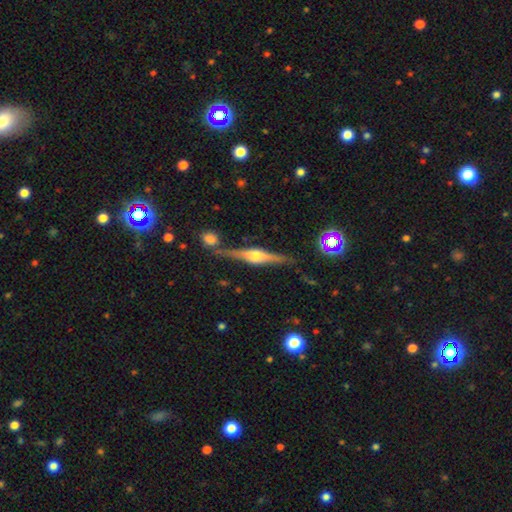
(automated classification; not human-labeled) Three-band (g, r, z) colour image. It shows a featured or disk galaxy (79%) viewed edge-on (97%) with a rounded central bulge (88%). Merging: none (81%).